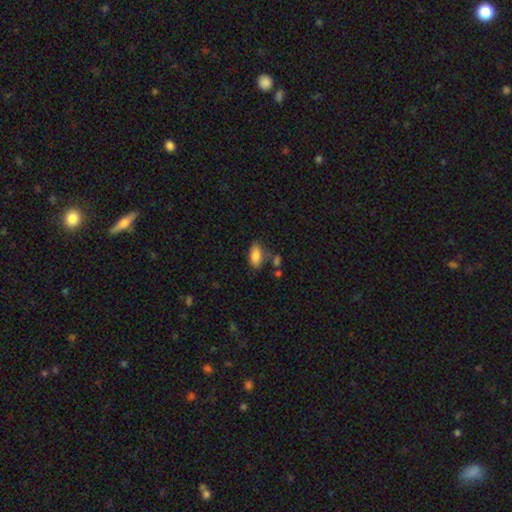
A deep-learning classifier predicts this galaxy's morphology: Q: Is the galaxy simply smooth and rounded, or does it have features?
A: smooth — 84%.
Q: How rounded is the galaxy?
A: in between — 90%.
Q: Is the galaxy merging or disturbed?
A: none — 68%.